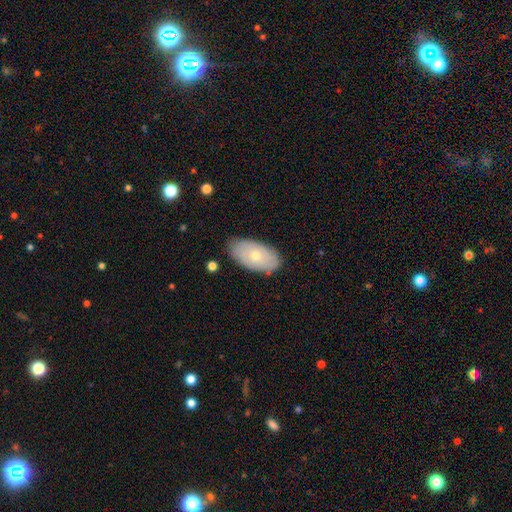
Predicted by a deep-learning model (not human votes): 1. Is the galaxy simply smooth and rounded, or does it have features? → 57% smooth, 37% featured or disk, 6% star or artifact.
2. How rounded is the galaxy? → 94% in between, 5% round, 2% cigar-shaped.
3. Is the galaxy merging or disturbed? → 81% none, 15% minor disturbance, 3% major disturbance, 1% merger.